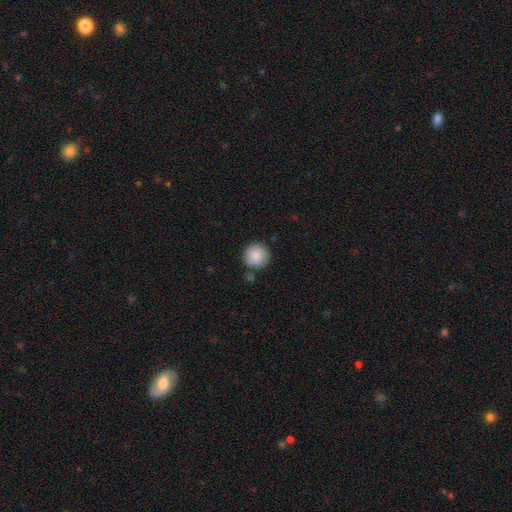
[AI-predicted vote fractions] Smooth or featured: smooth — 88% (star or artifact — 7%)
How rounded: round — 94% (in between — 5%)
Merging: none — 83% (minor disturbance — 10%)